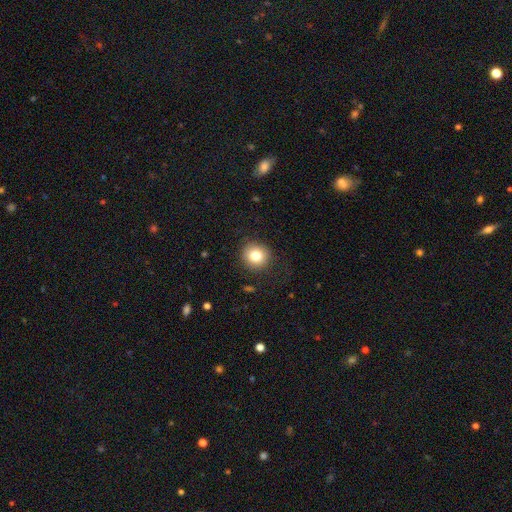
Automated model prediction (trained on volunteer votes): smooth_or_featured: smooth (p=0.82) [alt: star or artifact p=0.10]
how_rounded: round (p=0.91) [alt: in between p=0.08]
merging: none (p=0.88) [alt: minor disturbance p=0.08]